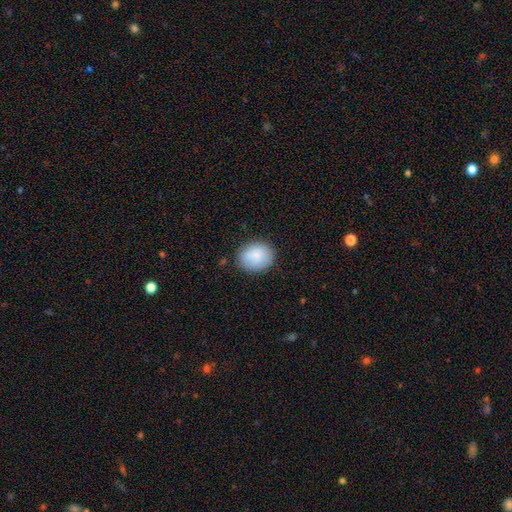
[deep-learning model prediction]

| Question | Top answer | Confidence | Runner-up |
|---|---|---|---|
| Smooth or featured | smooth | 86% | featured or disk (7%) |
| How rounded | round | 60% | in between (39%) |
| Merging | none | 81% | minor disturbance (14%) |